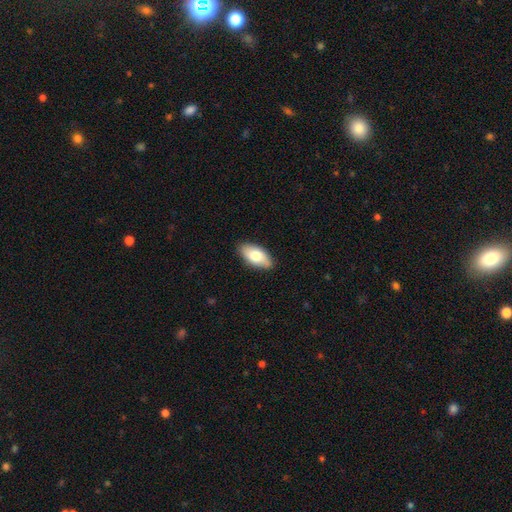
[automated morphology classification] smooth_or_featured: smooth (p=0.75) [alt: featured or disk p=0.19]
how_rounded: in between (p=0.92) [alt: cigar-shaped p=0.05]
merging: none (p=0.87) [alt: minor disturbance p=0.10]